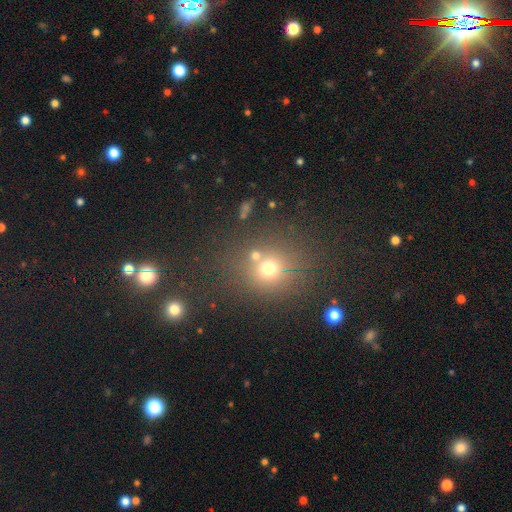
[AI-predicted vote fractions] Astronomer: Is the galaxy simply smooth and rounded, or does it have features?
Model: smooth — 65%.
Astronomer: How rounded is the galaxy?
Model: round — 79%.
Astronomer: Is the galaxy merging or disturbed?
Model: none — 65%.